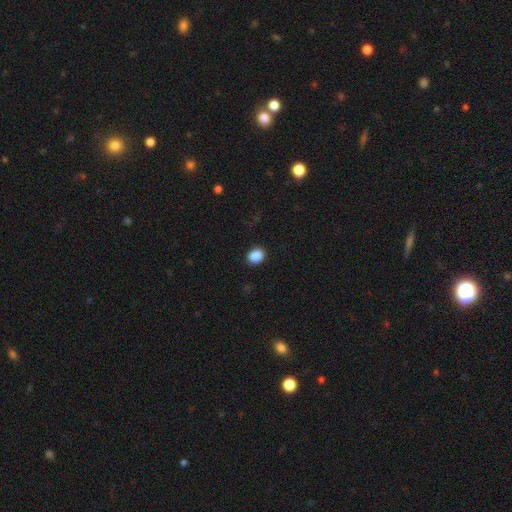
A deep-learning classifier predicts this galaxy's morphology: type=smooth (89%); roundness=round (50%); merging=none (88%).